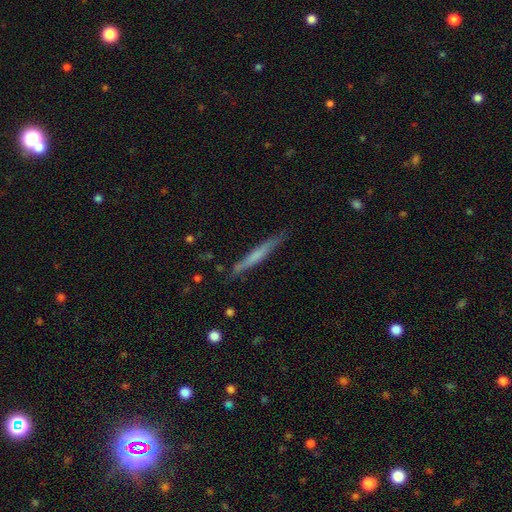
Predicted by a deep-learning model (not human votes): smooth-or-featured: smooth: 52% | featured or disk: 42% | star or artifact: 6%
  how-rounded: cigar-shaped: 95% | in between: 3% | round: 1%
  merging: none: 83% | minor disturbance: 13% | major disturbance: 2% | merger: 2%